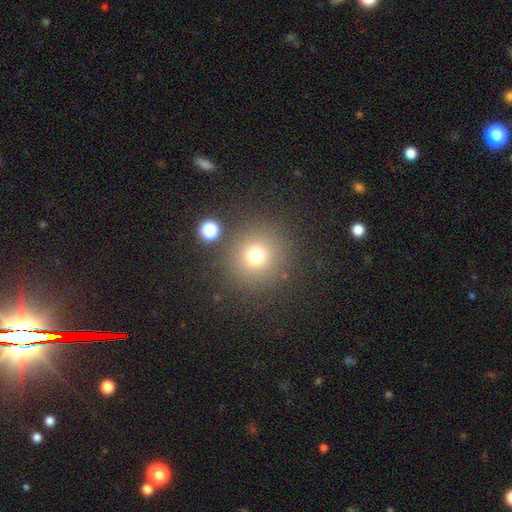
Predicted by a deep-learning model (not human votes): This appears to be a smooth galaxy with no disk features (73%) that is round (93%). Merging: none (85%).